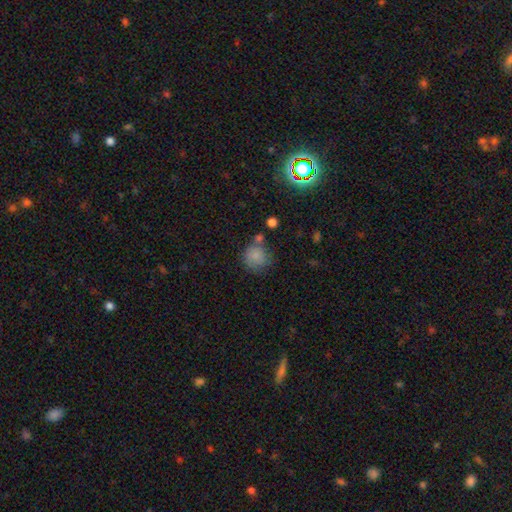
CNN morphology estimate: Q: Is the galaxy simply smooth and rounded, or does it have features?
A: smooth — 82%.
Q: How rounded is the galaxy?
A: round — 88%.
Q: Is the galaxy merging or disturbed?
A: none — 60%.